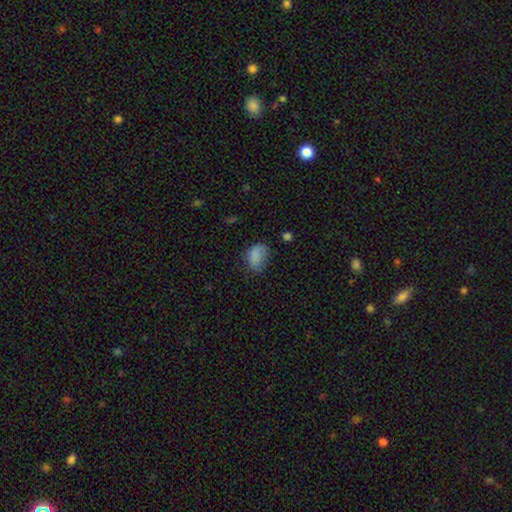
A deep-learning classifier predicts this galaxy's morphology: A smooth galaxy with no disk features (80%) that is in between round and cigar-shaped (81%).

Vote fractions:
- Smooth or featured? smooth: 80% / star or artifact: 11% / featured or disk: 9%
- How rounded? in between: 81% / round: 18% / cigar-shaped: 1%
- Merging? none: 51% / minor disturbance: 31% / major disturbance: 15% / merger: 2%